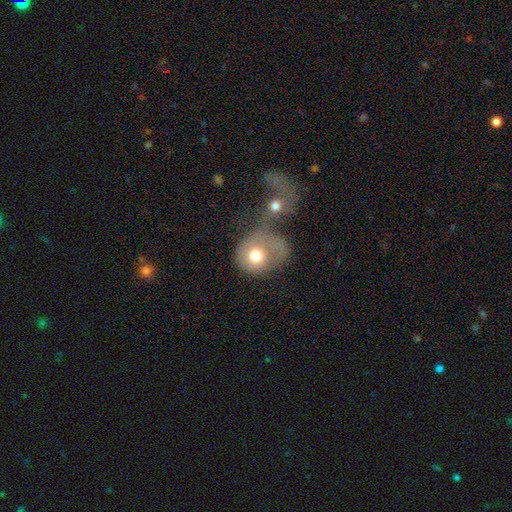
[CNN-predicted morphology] This is likely a smooth galaxy (65%). How rounded: likely round (65%). Merging: possibly merger (50%).